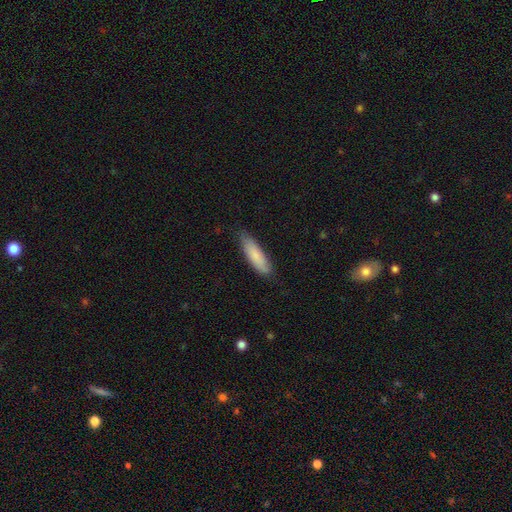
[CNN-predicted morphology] smooth-or-featured: smooth: 80% | featured or disk: 15% | star or artifact: 5%
  how-rounded: cigar-shaped: 55% | in between: 43% | round: 1%
  merging: none: 78% | minor disturbance: 18% | major disturbance: 3% | merger: 1%